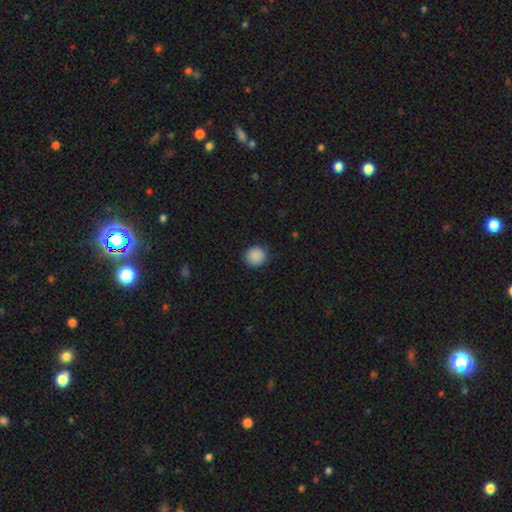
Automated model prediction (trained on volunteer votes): The model was most divided on "merging": none: 87%, minor disturbance: 9%, major disturbance: 2%, merger: 1%. More confident: how rounded — round (89%); smooth or featured — smooth (89%).